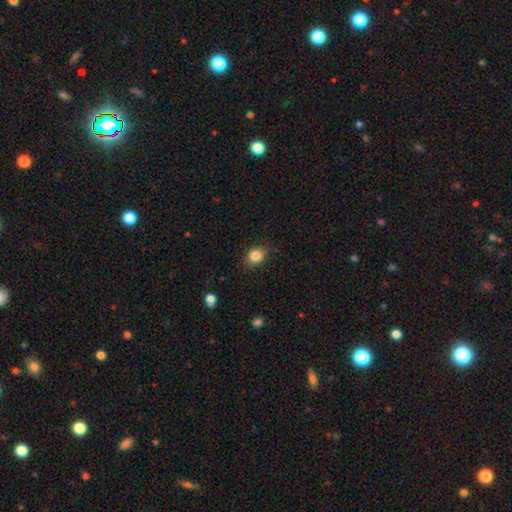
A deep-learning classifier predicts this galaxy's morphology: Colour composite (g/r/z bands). It shows a smooth galaxy with no disk features (83%) that is round (65%). Merging: none (83%).